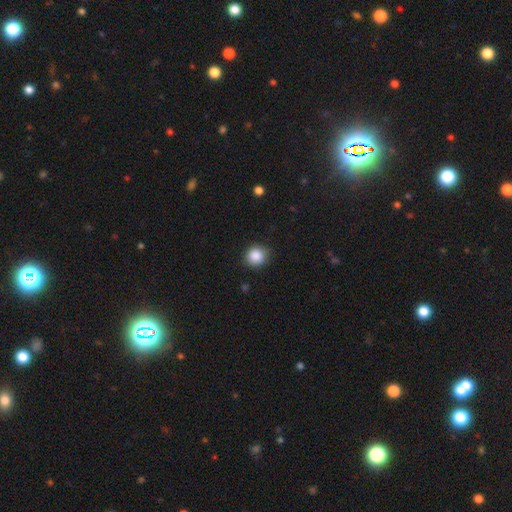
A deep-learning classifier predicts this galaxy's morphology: Smooth or featured? Predicted: smooth (p=0.88). How rounded? Predicted: round (p=0.86). Merging? Predicted: none (p=0.86).